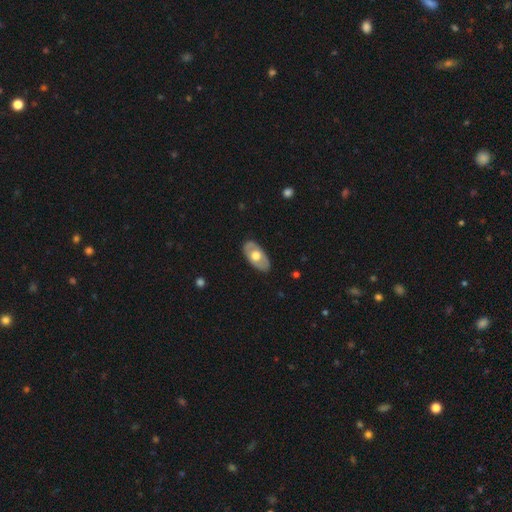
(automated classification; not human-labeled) Q: Smooth or featured?
A: smooth (49%); runner-up: featured or disk (46%)
Q: Merging?
A: none (84%); runner-up: minor disturbance (12%)